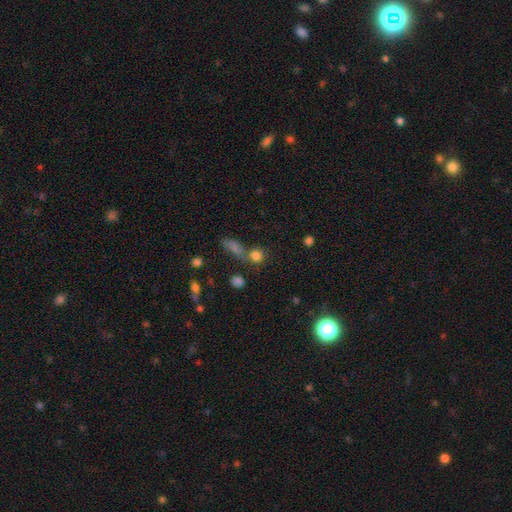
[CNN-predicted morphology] Smooth or featured: smooth — 78% (star or artifact — 14%)
How rounded: round — 78% (in between — 19%)
Merging: none — 54% (merger — 31%)